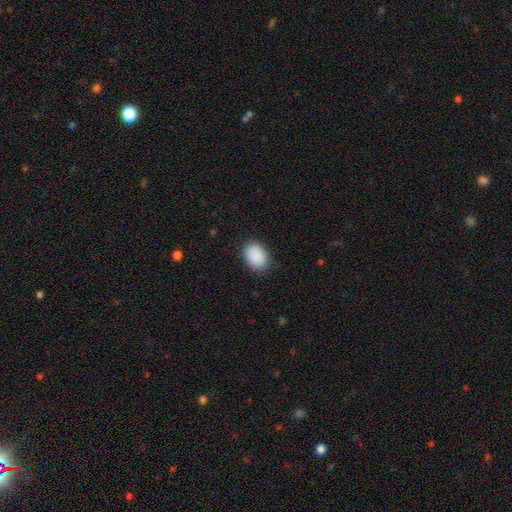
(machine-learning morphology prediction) Smooth or featured: smooth — 90% (star or artifact — 7%)
How rounded: in between — 78% (round — 22%)
Merging: none — 85% (minor disturbance — 12%)